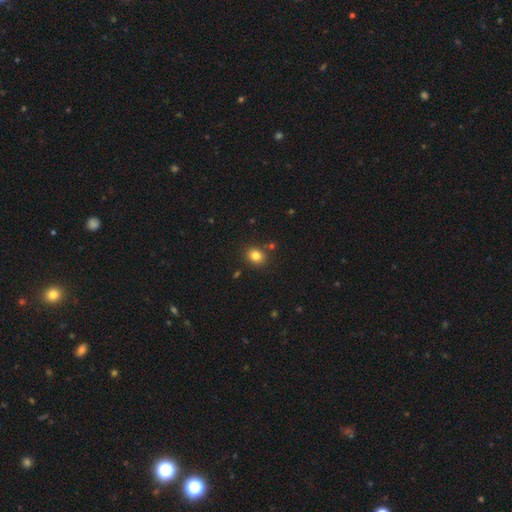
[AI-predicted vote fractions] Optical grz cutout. It shows a smooth galaxy with no disk features (82%) that is round (60%). Merging: none (83%).